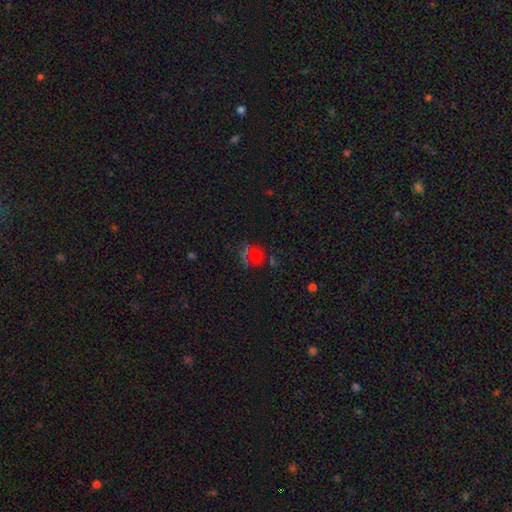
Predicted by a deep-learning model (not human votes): This is possibly a smooth galaxy (48%). Merging: likely none (65%).